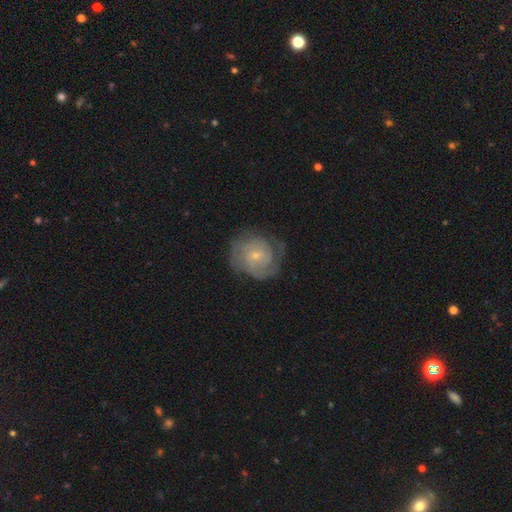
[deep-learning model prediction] featured or disk 73%, smooth 21%, star or artifact 6%. Down the decision tree: edge-on disk — no (98%); bar — no (67%); spiral arms — yes (91%); spiral arm count — can't tell (35%); spiral winding — tight (63%); bulge size — small (74%); merging — none (67%).